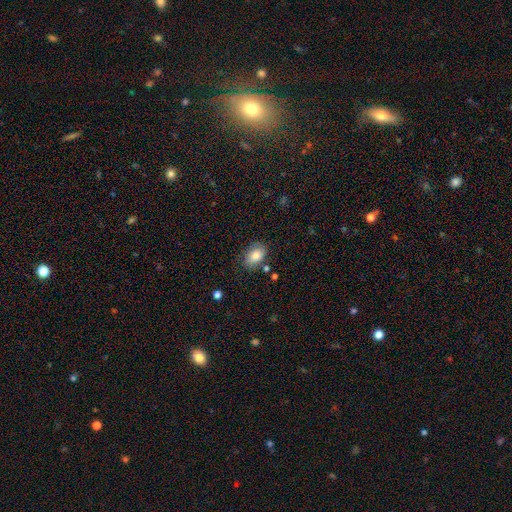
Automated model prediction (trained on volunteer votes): smooth_or_featured: smooth (p=0.80) [alt: featured or disk p=0.12]
how_rounded: in between (p=0.84) [alt: round p=0.15]
merging: none (p=0.74) [alt: minor disturbance p=0.18]